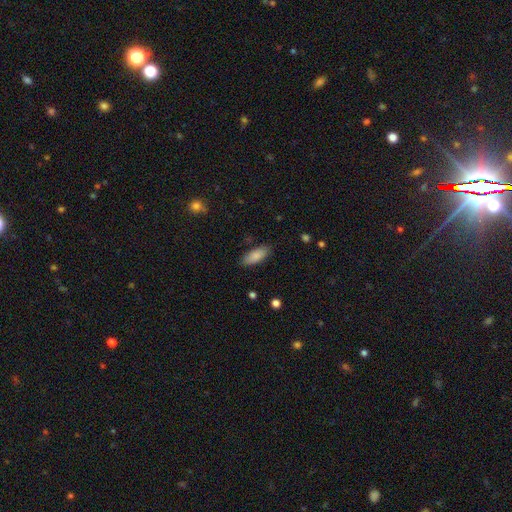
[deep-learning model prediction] smooth_or_featured: smooth (p=0.86) [alt: featured or disk p=0.08]
how_rounded: in between (p=0.79) [alt: cigar-shaped p=0.20]
merging: none (p=0.84) [alt: minor disturbance p=0.12]